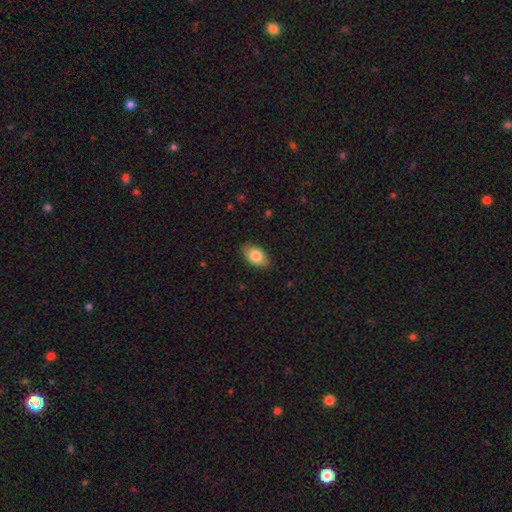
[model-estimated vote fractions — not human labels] This is clearly a smooth galaxy (81%). How rounded: clearly in between (91%). Merging: clearly none (85%).